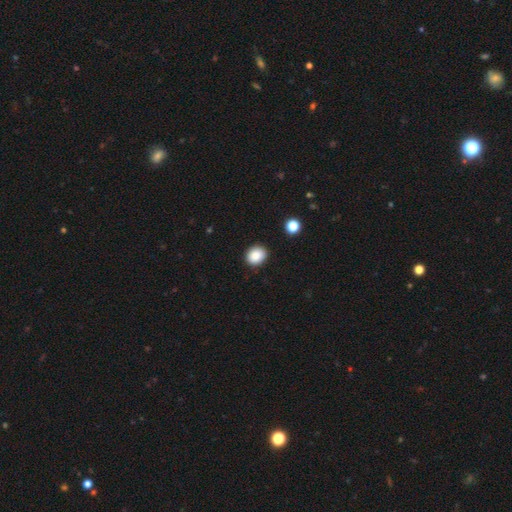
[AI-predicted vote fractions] The model was most divided on "how rounded": round: 62%, in between: 37%, cigar-shaped: 1%. More confident: merging — none (89%); smooth or featured — smooth (87%).